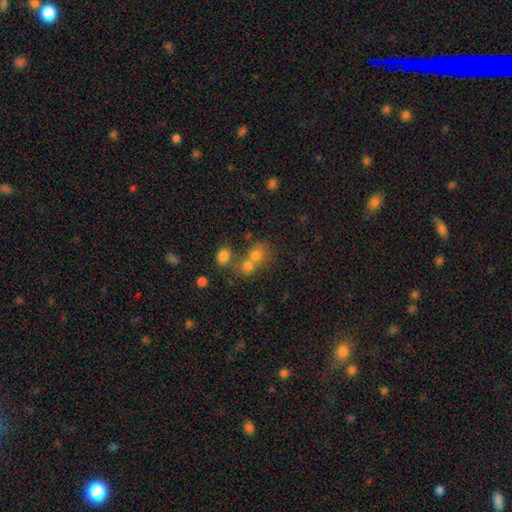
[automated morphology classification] A smooth galaxy with no disk features (69%) that is round (69%). Merging: merger (54%).